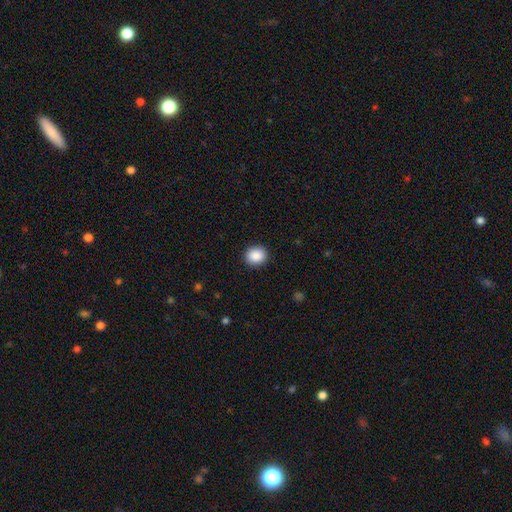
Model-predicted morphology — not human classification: smooth 89%, star or artifact 8%, featured or disk 3%. Down the decision tree: how rounded — round (75%); merging — none (91%).